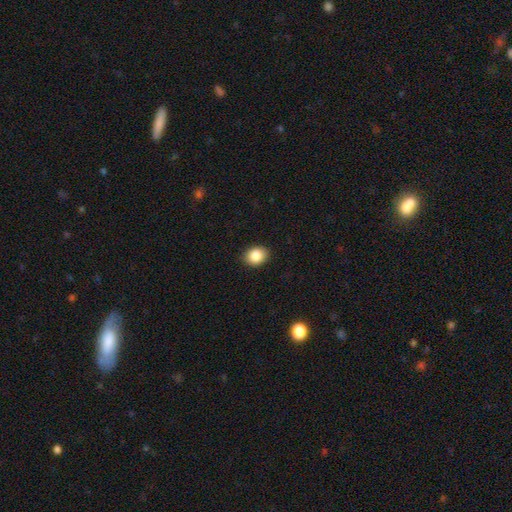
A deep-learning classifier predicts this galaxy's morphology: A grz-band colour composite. It shows a smooth galaxy with no disk features (86%) that is in between round and cigar-shaped (57%). Merging: none (89%).